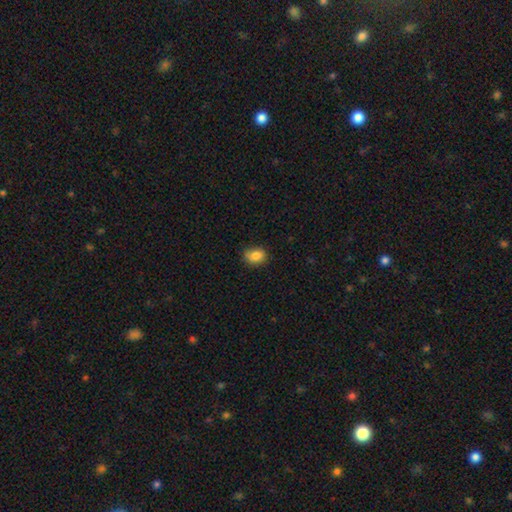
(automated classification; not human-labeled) Smooth or featured: smooth — 84% (star or artifact — 9%)
How rounded: in between — 58% (round — 41%)
Merging: none — 77% (minor disturbance — 19%)